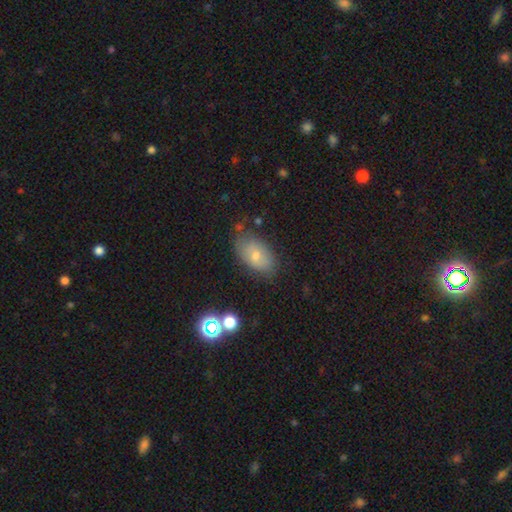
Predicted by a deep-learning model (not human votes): Q: Smooth or featured?
A: smooth (64%); runner-up: featured or disk (24%)
Q: How rounded?
A: in between (89%); runner-up: round (9%)
Q: Merging?
A: none (72%); runner-up: minor disturbance (20%)